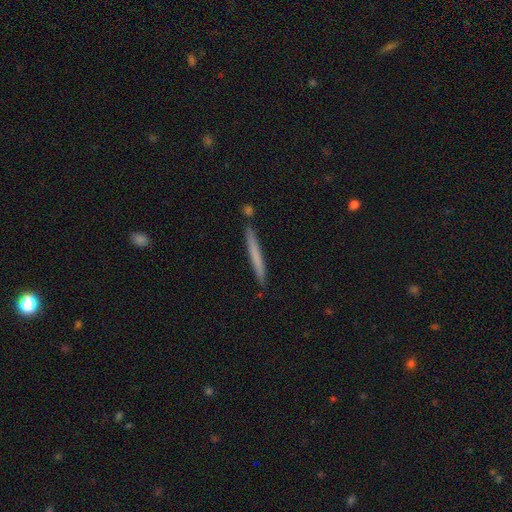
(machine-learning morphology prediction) smooth_or_featured: smooth (p=0.64) [alt: featured or disk p=0.31]
how_rounded: cigar-shaped (p=0.97) [alt: in between p=0.02]
merging: none (p=0.87) [alt: minor disturbance p=0.08]